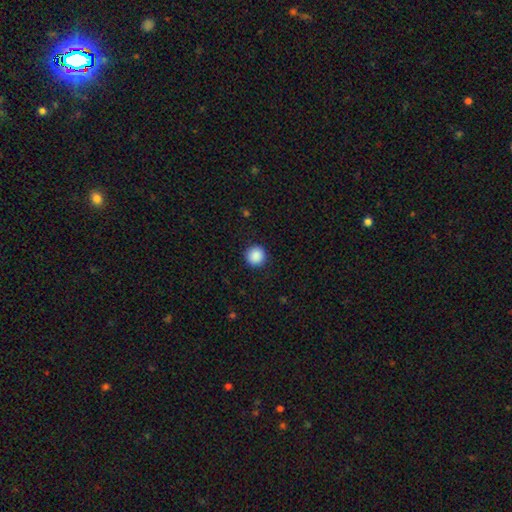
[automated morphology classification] Q: Smooth or featured?
A: smooth (89%); runner-up: star or artifact (8%)
Q: How rounded?
A: round (95%); runner-up: in between (4%)
Q: Merging?
A: none (92%); runner-up: minor disturbance (5%)